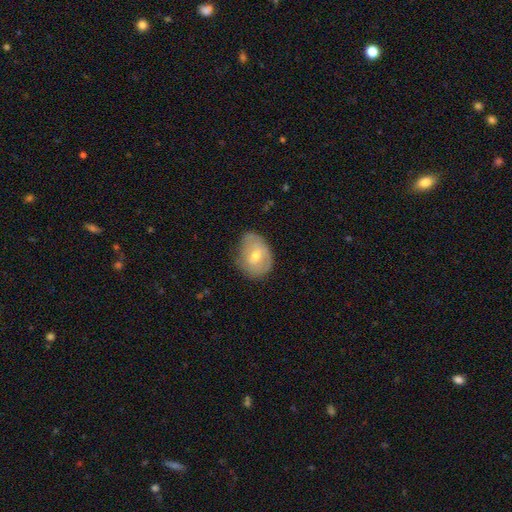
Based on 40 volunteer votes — Morphology: type=featured or disk (55%); edge-on=no (82%); bar=weak (67%); spiral arms=yes (83%); winding=tight (73%); arm count=2 (47%); bulge=moderate (72%); merging=none (52%).